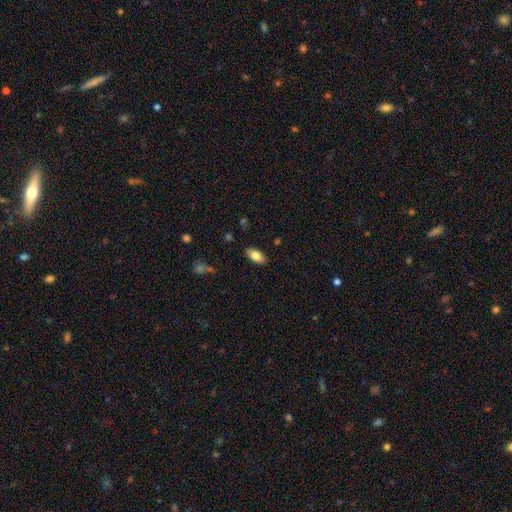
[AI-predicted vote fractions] Overall: smooth (82%). How rounded: in between (92%). Merging: none (86%).